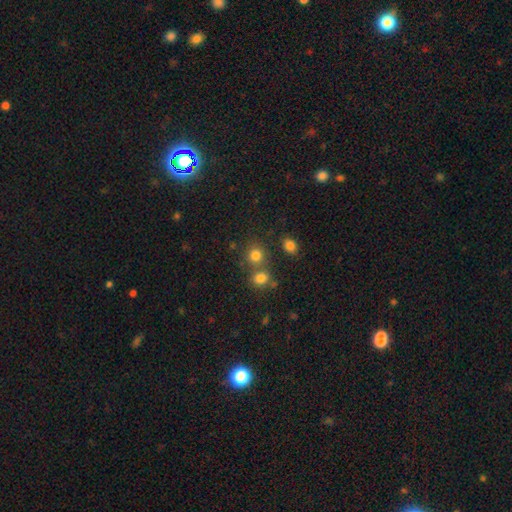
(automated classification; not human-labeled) Morphology: type=smooth (79%); roundness=round (83%); merging=none (62%).